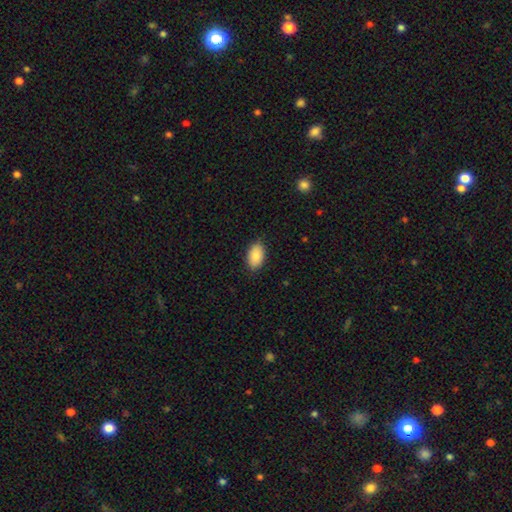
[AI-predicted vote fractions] This is clearly a smooth galaxy (88%). How rounded: clearly in between (94%). Merging: clearly none (87%).